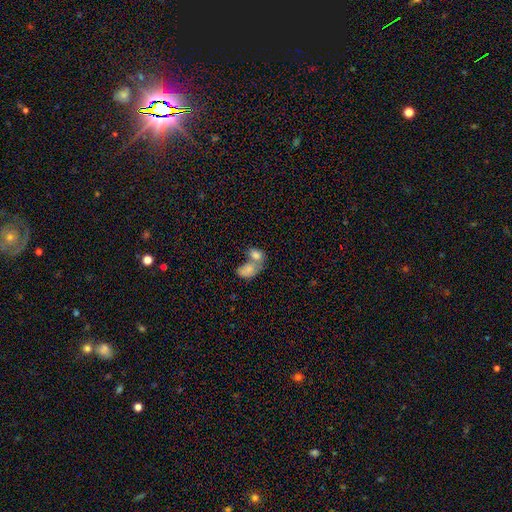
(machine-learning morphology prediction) This appears to be a smooth galaxy with no disk features (78%) that is in between round and cigar-shaped (82%). Merging: merger (72%).